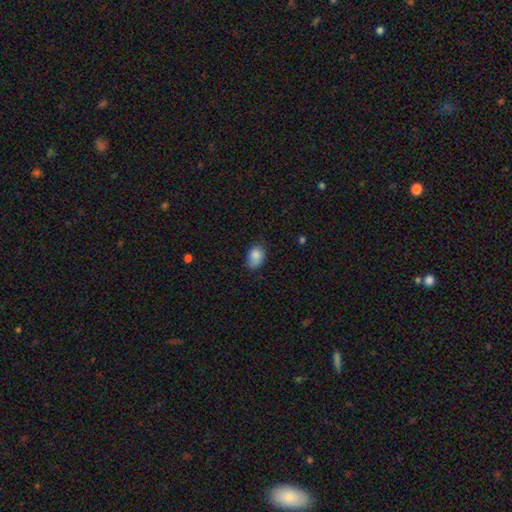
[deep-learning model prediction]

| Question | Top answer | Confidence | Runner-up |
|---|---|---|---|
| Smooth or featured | smooth | 85% | star or artifact (8%) |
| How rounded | in between | 71% | round (28%) |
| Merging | none | 54% | minor disturbance (35%) |